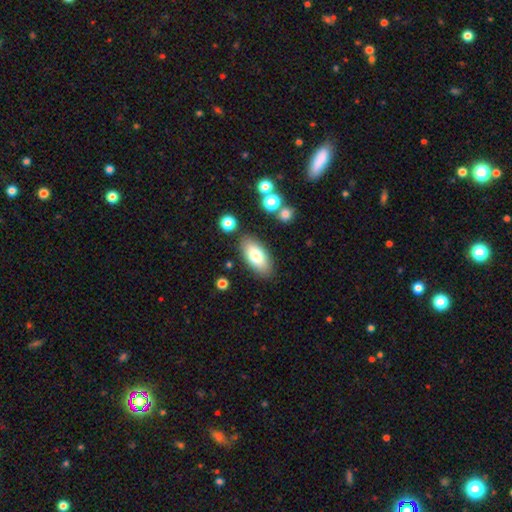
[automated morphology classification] This is likely a smooth galaxy (76%). How rounded: clearly in between (88%). Merging: clearly none (83%).